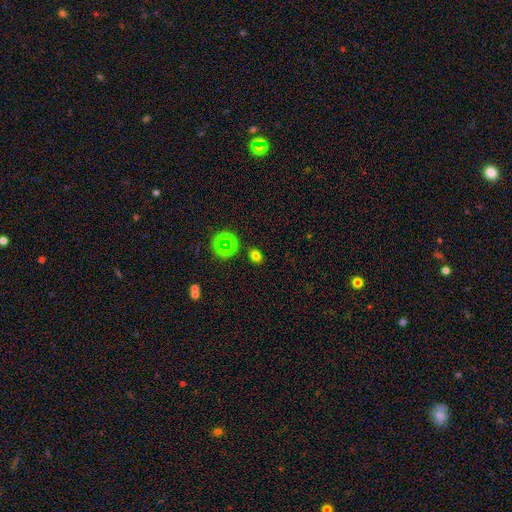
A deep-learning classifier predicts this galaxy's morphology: This appears to be a smooth galaxy with no disk features (69%) that is round (50%). Merging: none (86%).